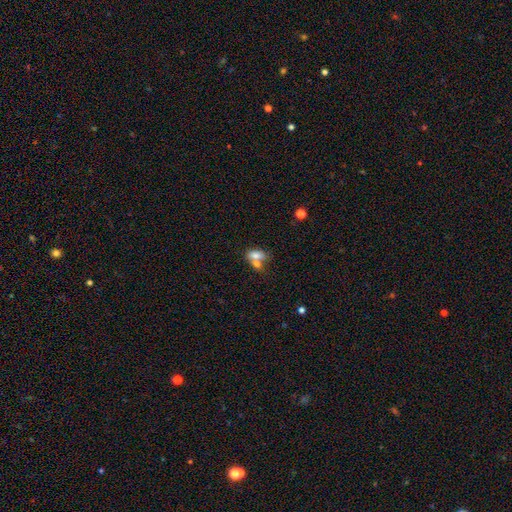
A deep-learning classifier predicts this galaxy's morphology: smooth 74%, featured or disk 17%, star or artifact 9%. Down the decision tree: how rounded — in between (85%); merging — merger (55%).